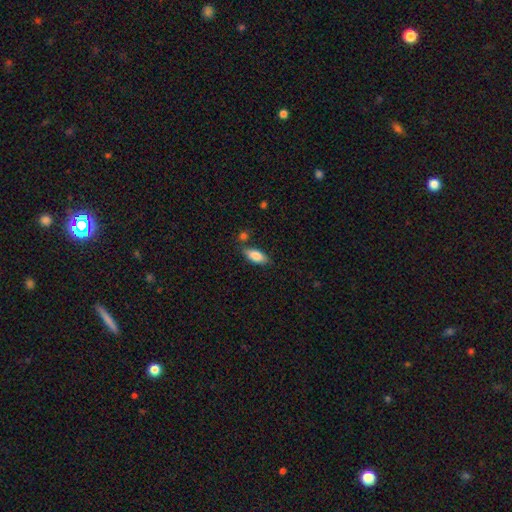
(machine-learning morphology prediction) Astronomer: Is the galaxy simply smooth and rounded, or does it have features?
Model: smooth — 83%.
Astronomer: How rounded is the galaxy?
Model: in between — 85%.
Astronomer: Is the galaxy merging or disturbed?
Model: none — 74%.